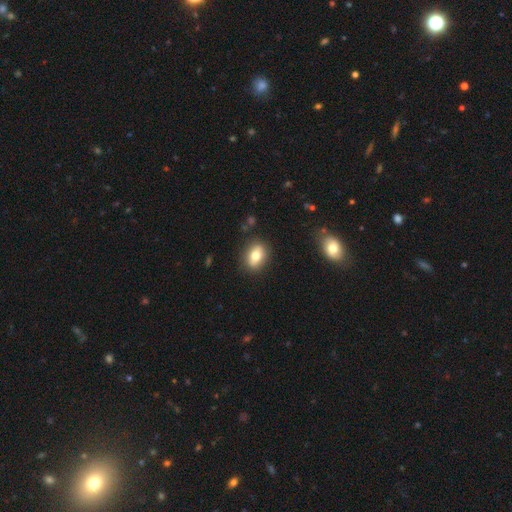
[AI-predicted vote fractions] Smooth or featured?
  - smooth: 72% *
  - featured or disk: 20%
  - star or artifact: 8%
How rounded?
  - in between: 74% *
  - round: 23%
  - cigar-shaped: 3%
Merging?
  - none: 86% *
  - minor disturbance: 10%
  - major disturbance: 3%
  - merger: 2%